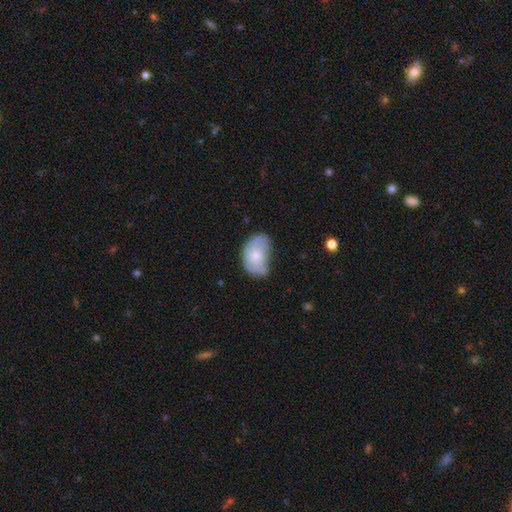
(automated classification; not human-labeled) Morphology: type=smooth (64%); roundness=in between (88%); merging=minor disturbance (43%).